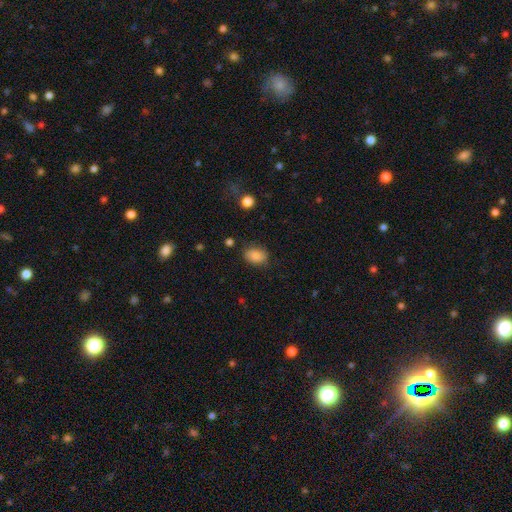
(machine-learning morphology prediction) This is clearly a smooth galaxy (85%). How rounded: likely in between (76%). Merging: likely none (73%).